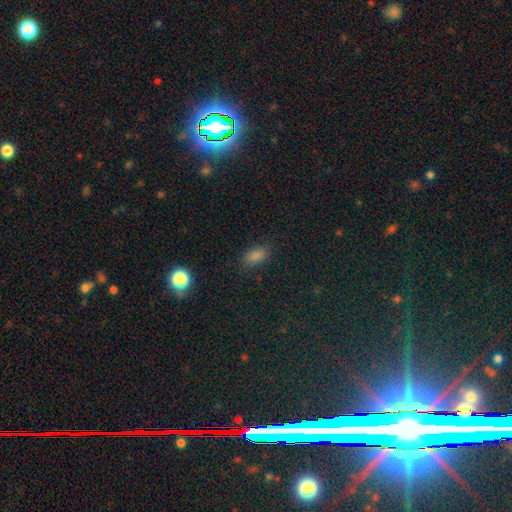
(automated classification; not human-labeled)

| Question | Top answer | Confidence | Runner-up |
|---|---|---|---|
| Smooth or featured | smooth | 78% | star or artifact (17%) |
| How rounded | in between | 86% | round (9%) |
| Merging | none | 82% | minor disturbance (13%) |